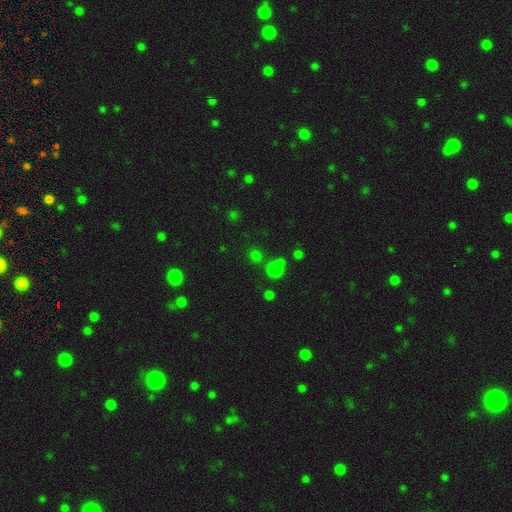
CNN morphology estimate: smooth 68%, star or artifact 26%, featured or disk 5%. Down the decision tree: how rounded — round (90%); merging — none (73%).